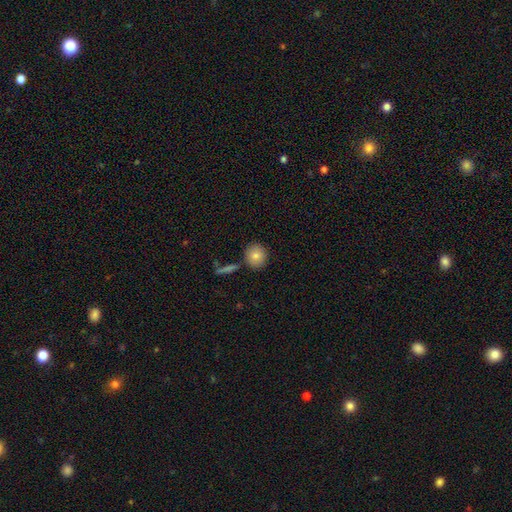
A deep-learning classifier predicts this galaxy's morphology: smooth_or_featured: smooth (p=0.82) [alt: featured or disk p=0.10]
how_rounded: round (p=0.87) [alt: in between p=0.11]
merging: none (p=0.82) [alt: minor disturbance p=0.08]